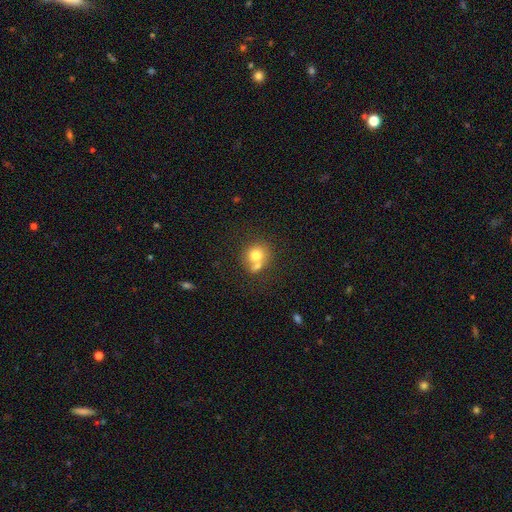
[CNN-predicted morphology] A smooth galaxy with no disk features (73%) that is round (80%).

Vote fractions:
- Smooth or featured? smooth: 73% / featured or disk: 17% / star or artifact: 10%
- How rounded? round: 80% / in between: 19% / cigar-shaped: 1%
- Merging? merger: 43% / none: 42% / minor disturbance: 10% / major disturbance: 4%